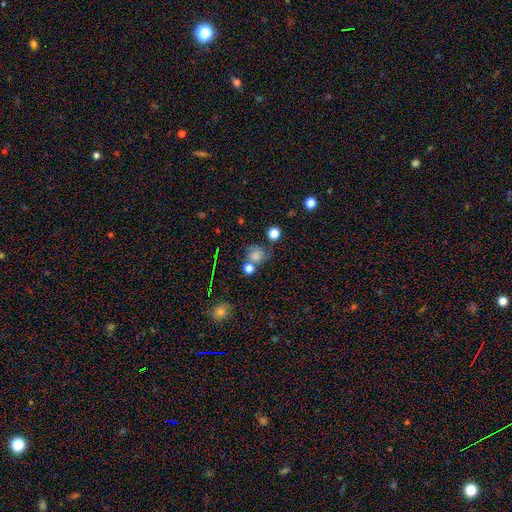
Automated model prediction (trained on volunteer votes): Morphology: type=smooth (69%); roundness=round (79%); merging=none (55%).